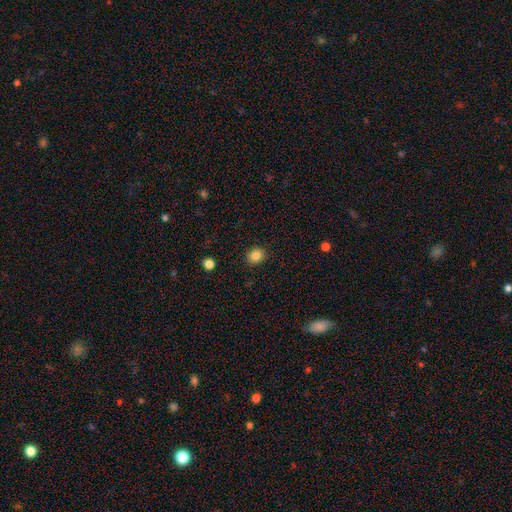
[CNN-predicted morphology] A smooth galaxy with no disk features (85%) that is round (69%).

Vote fractions:
- Smooth or featured? smooth: 85% / star or artifact: 11% / featured or disk: 5%
- How rounded? round: 69% / in between: 31% / cigar-shaped: 1%
- Merging? none: 90% / minor disturbance: 7% / major disturbance: 2% / merger: 1%